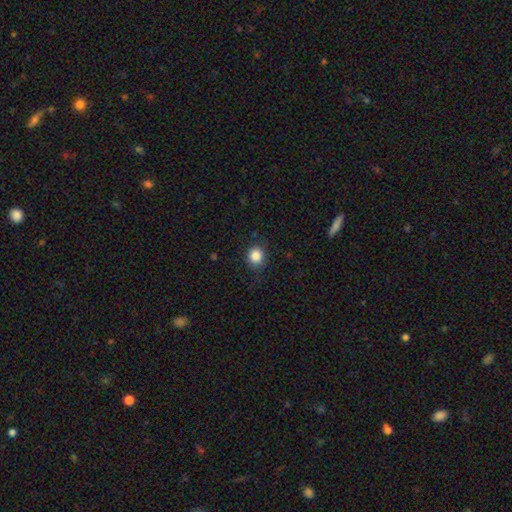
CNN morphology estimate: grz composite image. It shows a smooth galaxy with no disk features (86%) that is round (82%). Merging: none (86%).